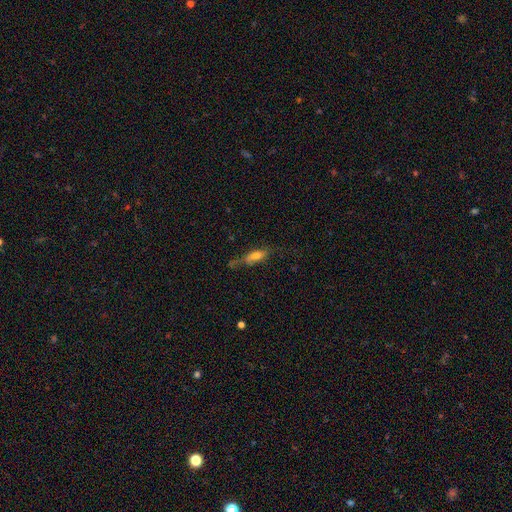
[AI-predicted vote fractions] A smooth galaxy with no disk features (60%) that is in between round and cigar-shaped (53%). Merging: none (47%).